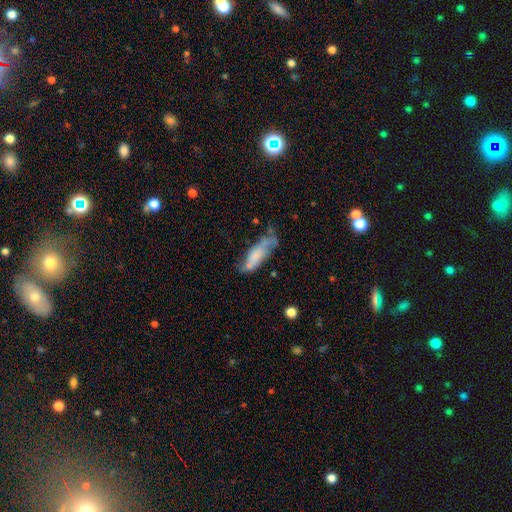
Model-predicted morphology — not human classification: This is likely a smooth galaxy (62%). How rounded: possibly cigar-shaped (53%). Merging: marginally none (41%).